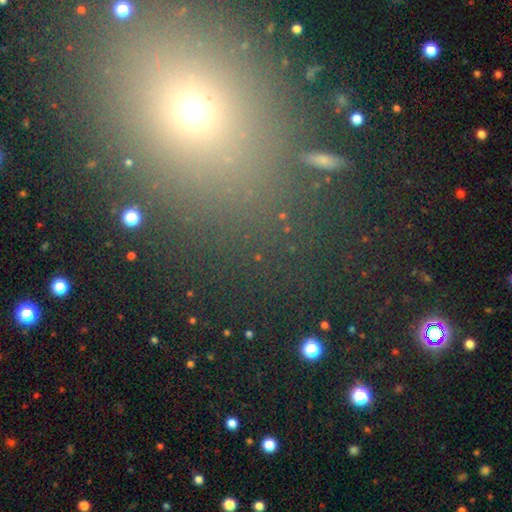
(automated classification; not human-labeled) Overall: star or artifact (56%; smooth 35%).